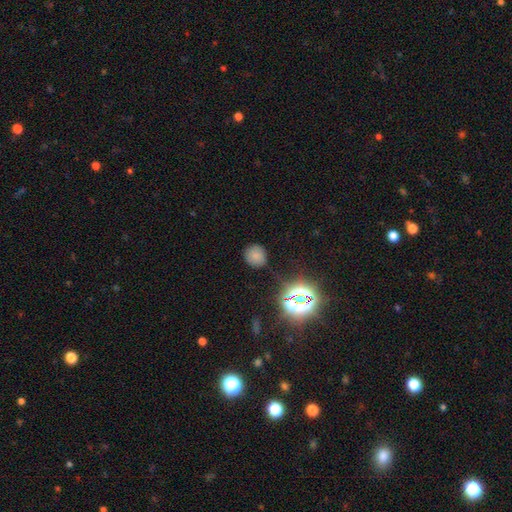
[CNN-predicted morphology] smooth 71%, star or artifact 21%, featured or disk 8%. Down the decision tree: how rounded — round (84%); merging — none (80%).